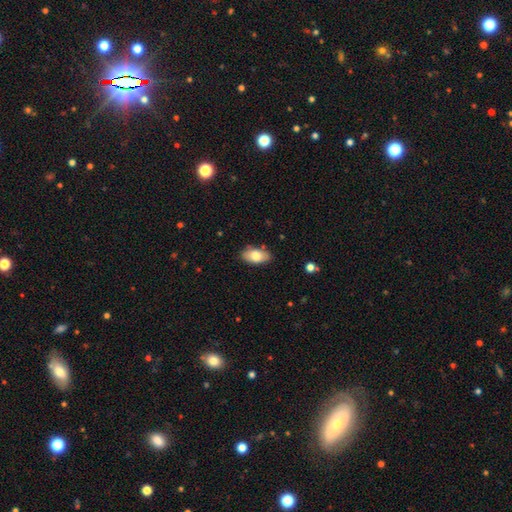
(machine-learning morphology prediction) Overall: smooth (78%). How rounded: in between (93%). Merging: none (83%).